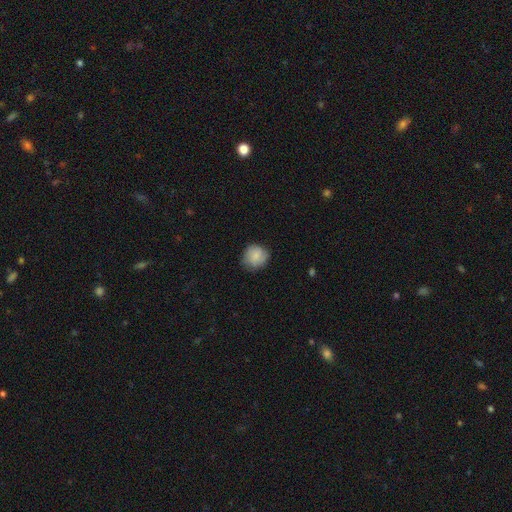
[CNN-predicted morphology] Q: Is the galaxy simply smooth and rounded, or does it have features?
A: smooth — 75%.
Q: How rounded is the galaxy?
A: round — 83%.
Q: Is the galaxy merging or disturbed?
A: none — 74%.